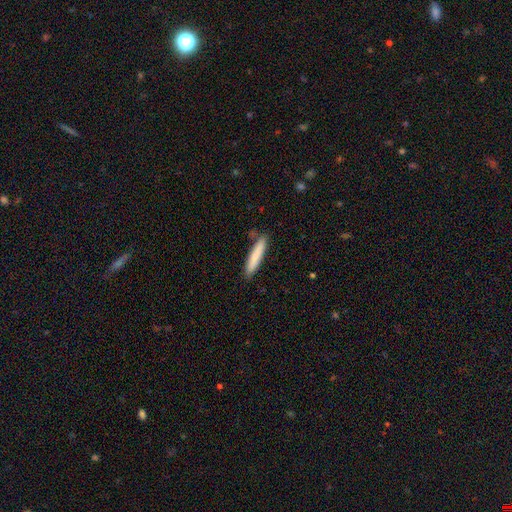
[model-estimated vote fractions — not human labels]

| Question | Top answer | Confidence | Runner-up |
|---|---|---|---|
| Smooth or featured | smooth | 82% | featured or disk (13%) |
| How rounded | cigar-shaped | 91% | in between (8%) |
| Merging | none | 85% | minor disturbance (11%) |